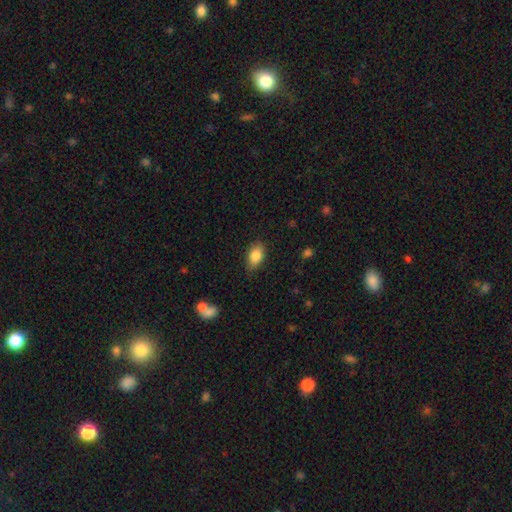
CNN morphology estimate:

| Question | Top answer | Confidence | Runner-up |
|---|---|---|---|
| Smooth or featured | smooth | 84% | featured or disk (8%) |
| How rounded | in between | 89% | round (8%) |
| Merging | none | 79% | minor disturbance (17%) |